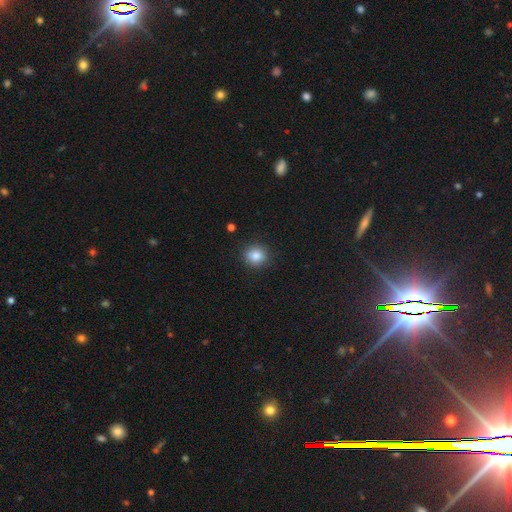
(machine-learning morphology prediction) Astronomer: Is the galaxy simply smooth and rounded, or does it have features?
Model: smooth — 84%.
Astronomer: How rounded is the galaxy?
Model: round — 81%.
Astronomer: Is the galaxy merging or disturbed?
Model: none — 89%.